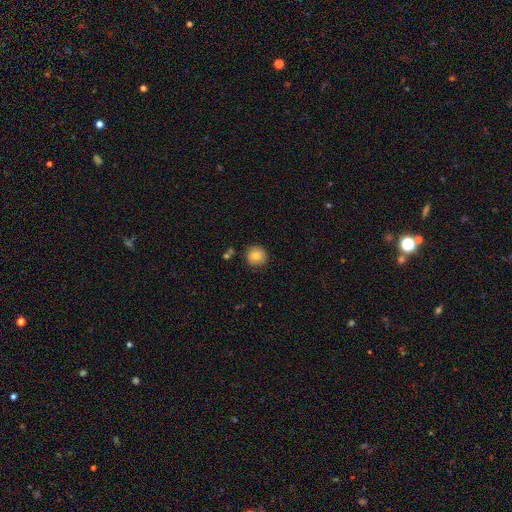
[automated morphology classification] Smooth or featured?
  - smooth: 81% *
  - featured or disk: 10%
  - star or artifact: 9%
How rounded?
  - round: 93% *
  - in between: 6%
  - cigar-shaped: 1%
Merging?
  - none: 86% *
  - minor disturbance: 9%
  - merger: 2%
  - major disturbance: 2%